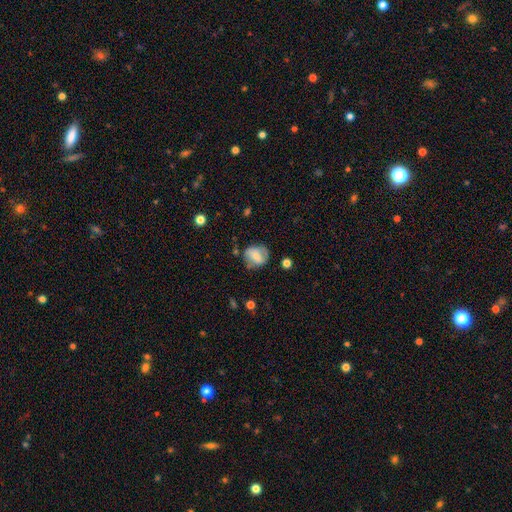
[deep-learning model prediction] smooth 60%, featured or disk 32%, star or artifact 8%. Down the decision tree: how rounded — round (63%); merging — none (63%).